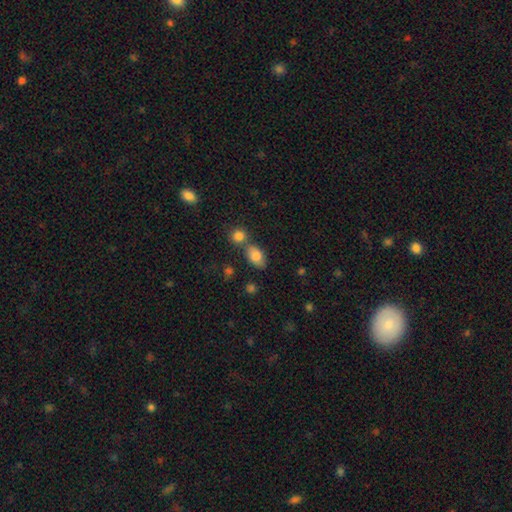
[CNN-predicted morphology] This is clearly a smooth galaxy (81%). How rounded: clearly in between (86%). Merging: likely none (60%).